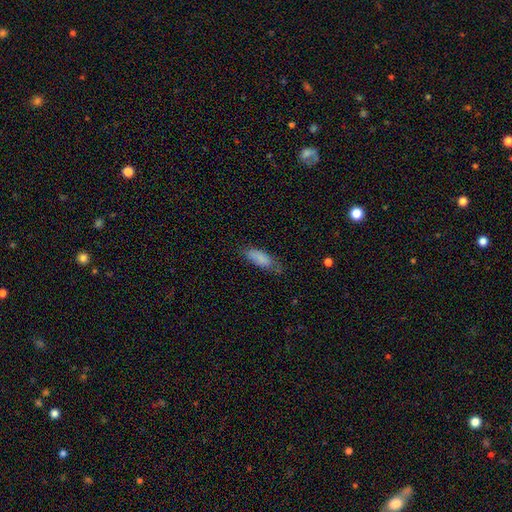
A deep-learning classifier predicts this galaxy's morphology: The model was most divided on "how rounded": in between: 59%, cigar-shaped: 39%, round: 2%. More confident: smooth or featured — smooth (76%); merging — none (67%).